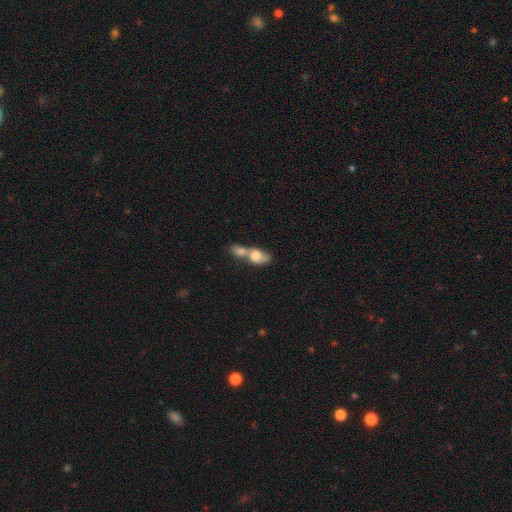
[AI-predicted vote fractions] smooth-or-featured: smooth: 62% | featured or disk: 30% | star or artifact: 8%
  how-rounded: in between: 66% | round: 23% | cigar-shaped: 11%
  merging: merger: 80% | none: 10% | major disturbance: 5% | minor disturbance: 5%